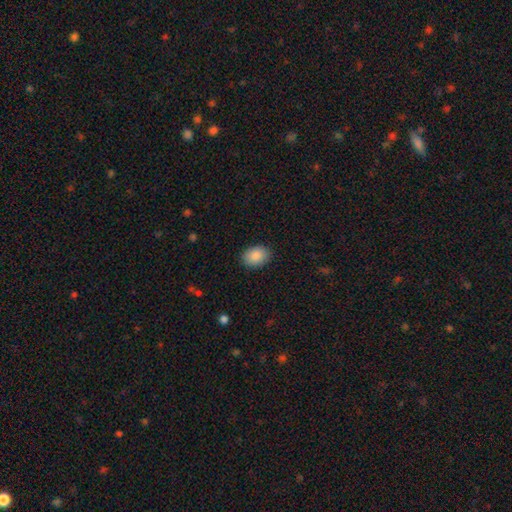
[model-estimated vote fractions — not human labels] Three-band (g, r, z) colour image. It shows a smooth galaxy with no disk features (89%) that is in between round and cigar-shaped (74%). Merging: none (89%).